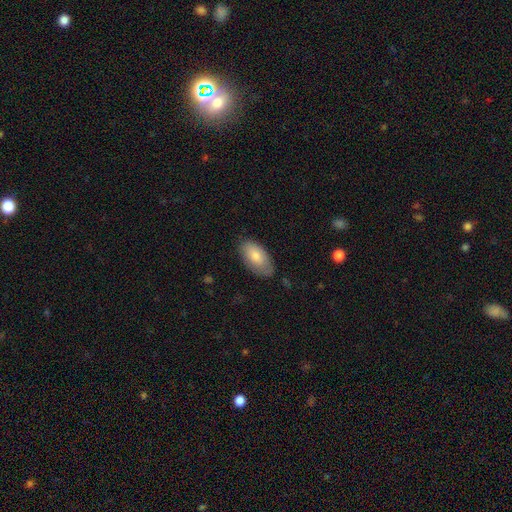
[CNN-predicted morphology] A smooth galaxy with no disk features (79%) that is in between round and cigar-shaped (95%). Merging: none (73%).